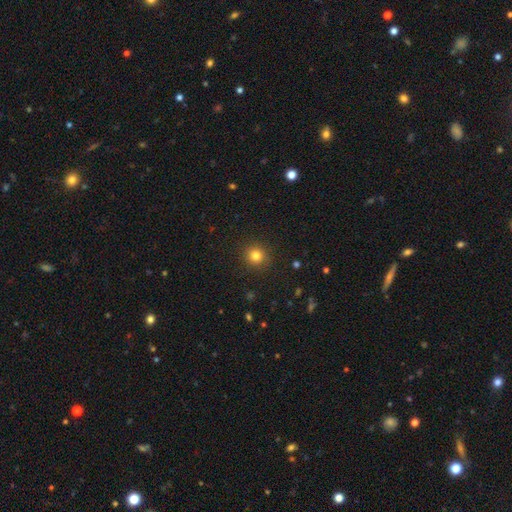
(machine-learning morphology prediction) This is clearly a smooth galaxy (81%). How rounded: clearly round (92%). Merging: clearly none (91%).